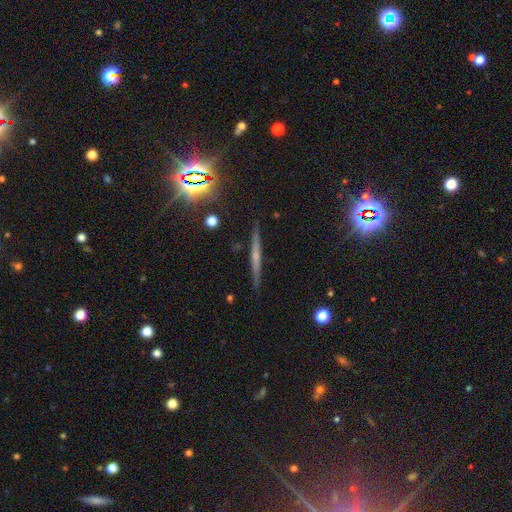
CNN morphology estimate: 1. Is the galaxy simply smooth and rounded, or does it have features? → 55% featured or disk, 29% smooth, 16% star or artifact.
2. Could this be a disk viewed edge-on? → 97% yes, 3% no.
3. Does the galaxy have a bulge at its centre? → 48% none, 43% rounded, 9% boxy.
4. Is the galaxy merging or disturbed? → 90% none, 7% minor disturbance, 2% major disturbance, 2% merger.